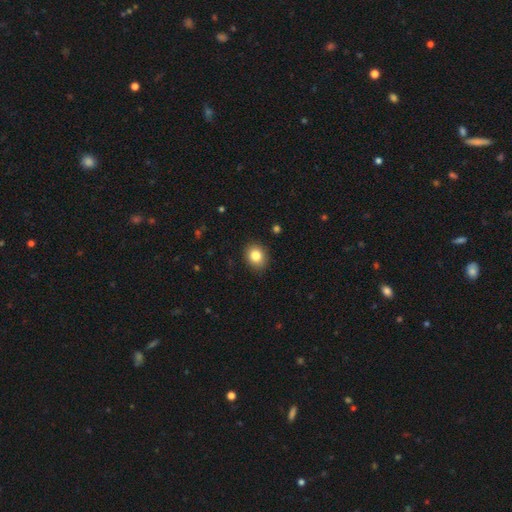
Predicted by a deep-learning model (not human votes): This is clearly a smooth galaxy (84%). How rounded: likely round (64%). Merging: clearly none (88%).